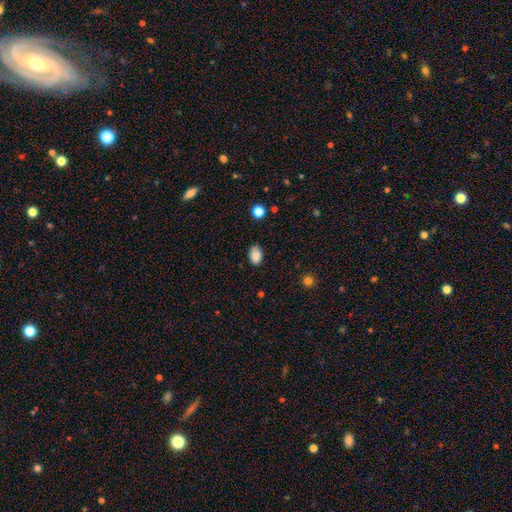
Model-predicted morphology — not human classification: A smooth galaxy with no disk features (85%) that is in between round and cigar-shaped (82%). Merging: none (71%).